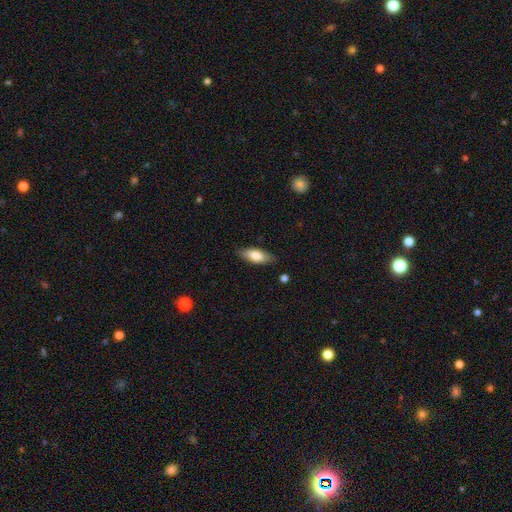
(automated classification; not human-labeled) smooth-or-featured: smooth: 75% | featured or disk: 19% | star or artifact: 6%
  how-rounded: in between: 75% | cigar-shaped: 22% | round: 2%
  merging: none: 84% | minor disturbance: 12% | major disturbance: 2% | merger: 1%